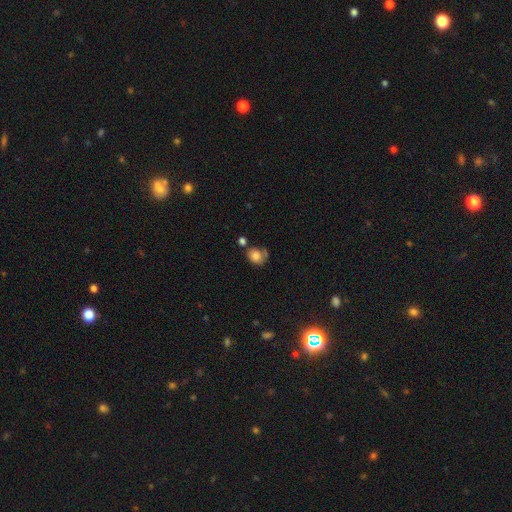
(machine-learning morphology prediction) Overall: smooth (74%). How rounded: round (60%; in between 39%). Merging: none (48%; minor disturbance 22%).